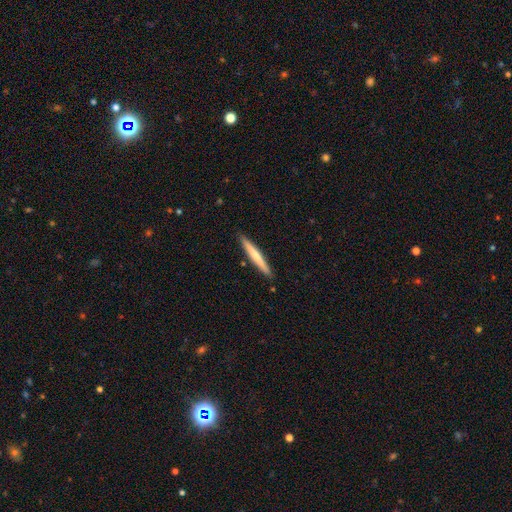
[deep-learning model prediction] smooth_or_featured: smooth (p=0.59) [alt: featured or disk p=0.36]
how_rounded: cigar-shaped (p=0.96) [alt: in between p=0.03]
merging: none (p=0.89) [alt: minor disturbance p=0.08]